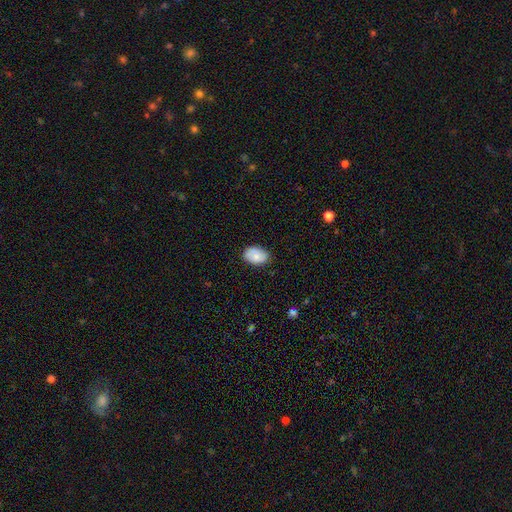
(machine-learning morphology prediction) A smooth galaxy with no disk features (79%) that is in between round and cigar-shaped (87%). Merging: none (82%).